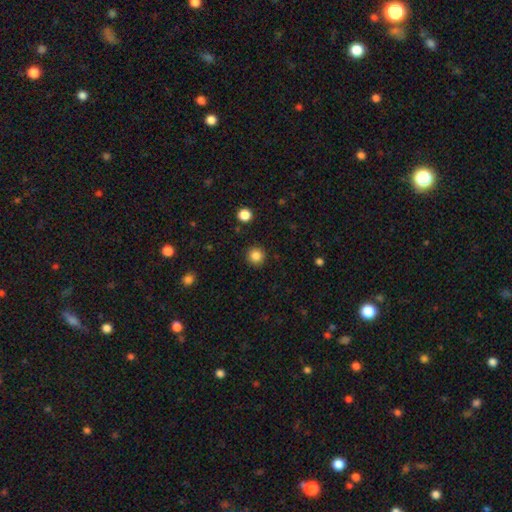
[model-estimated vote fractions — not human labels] Morphology: type=smooth (85%); roundness=round (95%); merging=none (92%).